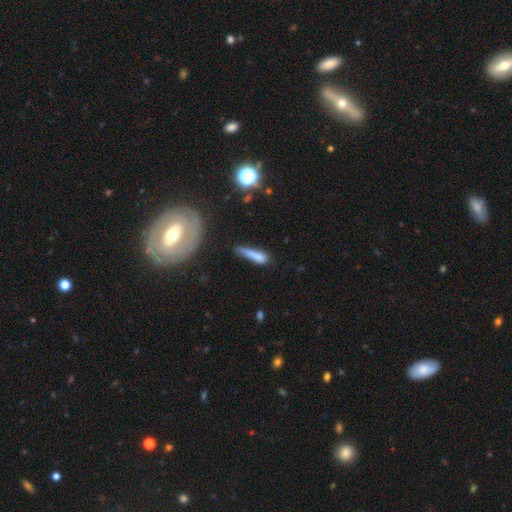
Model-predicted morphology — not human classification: A smooth galaxy with no disk features (76%) that is cigar-shaped (81%). Merging: none (48%).